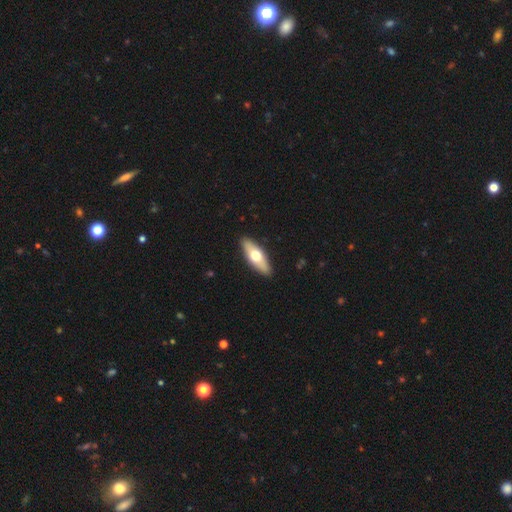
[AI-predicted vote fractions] This appears to be a smooth galaxy with no disk features (55%) that is in between round and cigar-shaped (63%). Merging: none (89%).